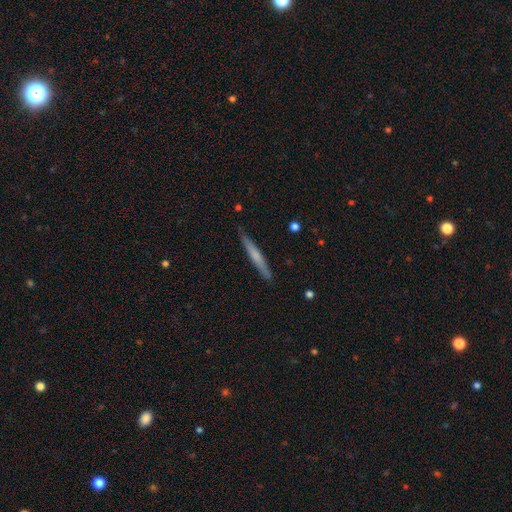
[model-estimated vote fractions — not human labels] smooth_or_featured: smooth (p=0.51) [alt: featured or disk p=0.43]
how_rounded: cigar-shaped (p=0.96) [alt: in between p=0.03]
merging: none (p=0.89) [alt: minor disturbance p=0.09]